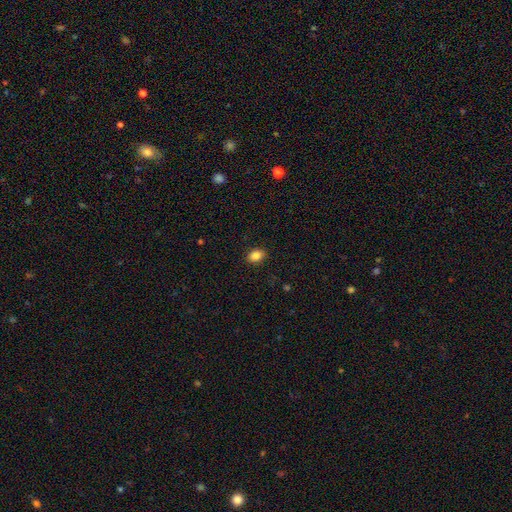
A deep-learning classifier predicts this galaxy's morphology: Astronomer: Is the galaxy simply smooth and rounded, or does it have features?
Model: smooth — 85%.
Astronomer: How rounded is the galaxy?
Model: in between — 73%.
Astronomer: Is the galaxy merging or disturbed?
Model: none — 89%.